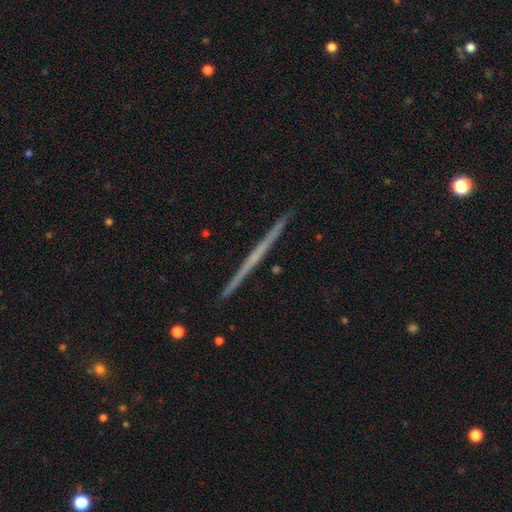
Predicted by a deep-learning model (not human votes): featured or disk 67%, smooth 27%, star or artifact 7%. Down the decision tree: edge-on disk — yes (98%); edge-on bulge — none (85%); merging — none (92%).